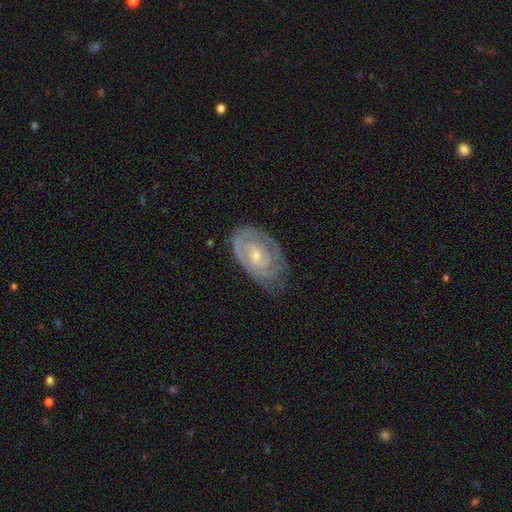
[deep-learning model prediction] The model was most divided on "spiral arm count": 2: 44%, can't tell: 33%, 3: 9%, 1: 7%, 4: 3%, more than 4: 3%. More confident: edge-on disk — no (96%); spiral arms — yes (90%); smooth or featured — featured or disk (81%); spiral winding — tight (71%); merging — none (66%); bulge size — small (63%); bar — no (51%).